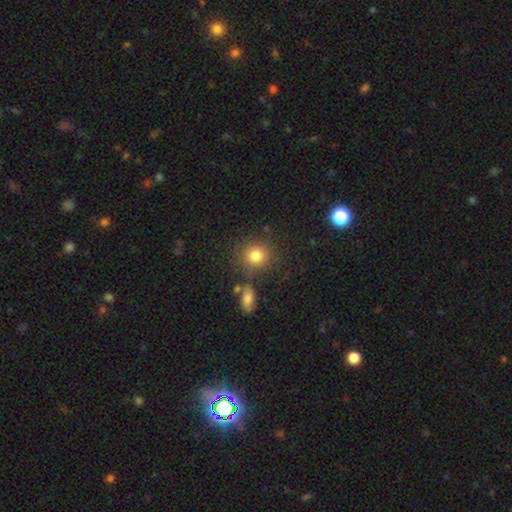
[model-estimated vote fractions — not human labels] Smooth or featured? Predicted: smooth (p=0.81). How rounded? Predicted: round (p=0.84). Merging? Predicted: none (p=0.76).